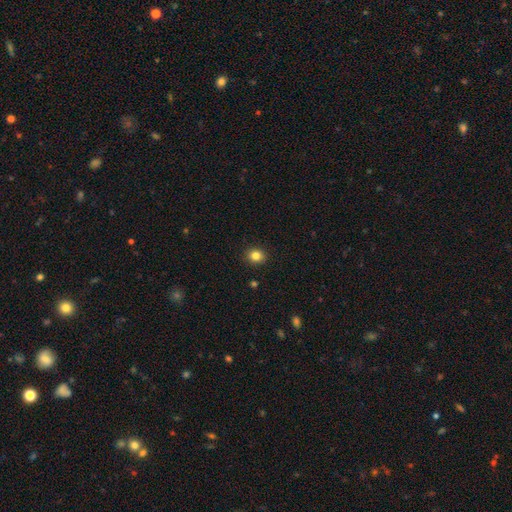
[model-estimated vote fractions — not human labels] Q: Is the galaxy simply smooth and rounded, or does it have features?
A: smooth — 83%.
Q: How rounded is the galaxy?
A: round — 70%.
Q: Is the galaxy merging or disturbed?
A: none — 91%.